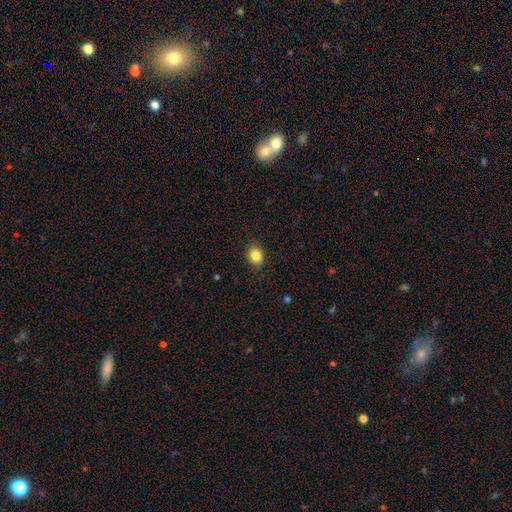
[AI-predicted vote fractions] This appears to be a smooth galaxy with no disk features (85%) that is round (57%). Merging: none (86%).